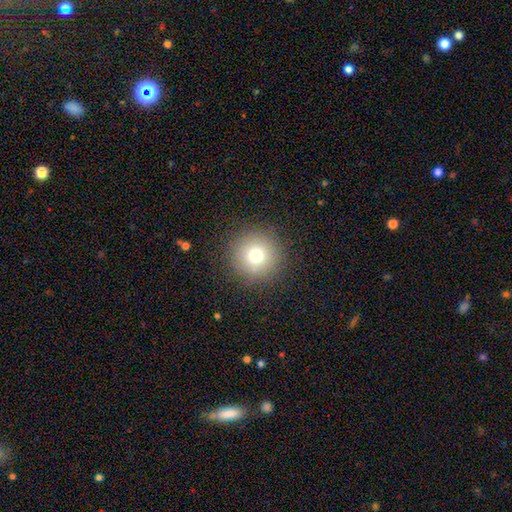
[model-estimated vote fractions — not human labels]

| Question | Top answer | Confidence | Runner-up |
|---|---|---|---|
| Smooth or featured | smooth | 74% | star or artifact (15%) |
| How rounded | round | 96% | in between (3%) |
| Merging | none | 89% | minor disturbance (7%) |